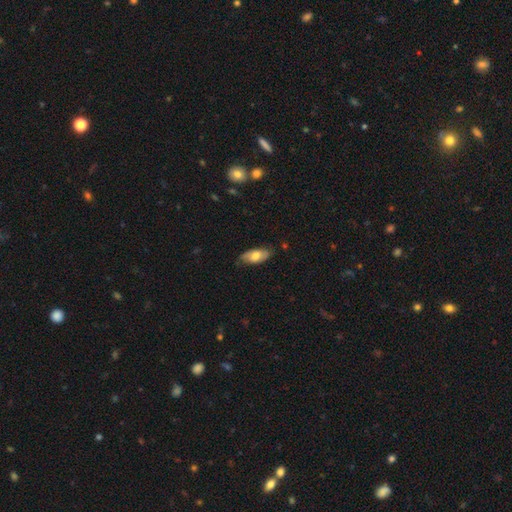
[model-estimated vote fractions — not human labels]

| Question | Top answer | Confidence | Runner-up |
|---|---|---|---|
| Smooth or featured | smooth | 64% | featured or disk (30%) |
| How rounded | in between | 88% | cigar-shaped (9%) |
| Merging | none | 76% | minor disturbance (20%) |